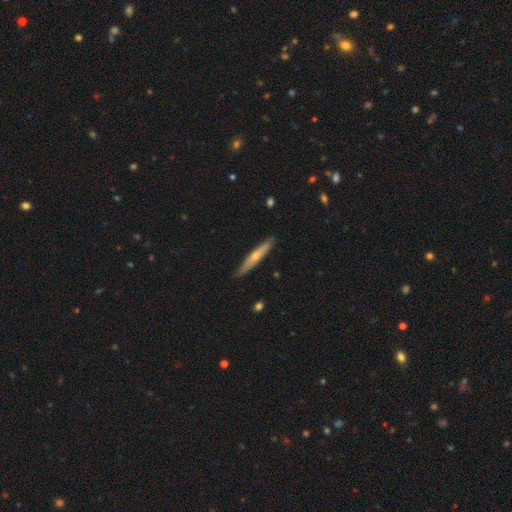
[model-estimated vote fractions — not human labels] Morphology: type=featured or disk (54%); edge-on=yes (91%); merging=none (88%).